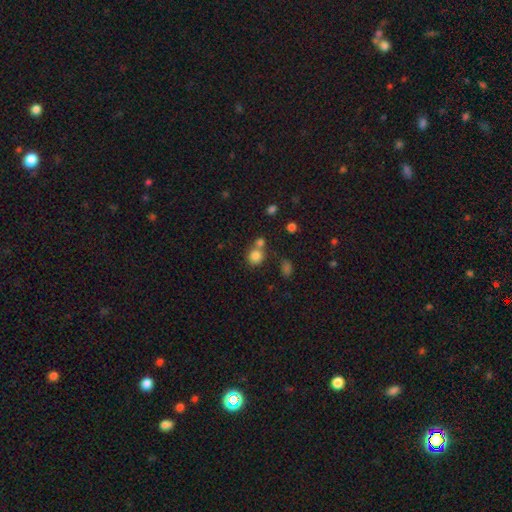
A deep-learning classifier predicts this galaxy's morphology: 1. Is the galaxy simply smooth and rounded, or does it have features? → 81% smooth, 12% star or artifact, 7% featured or disk.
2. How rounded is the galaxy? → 83% round, 16% in between, 1% cigar-shaped.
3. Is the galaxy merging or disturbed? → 53% none, 33% merger, 9% minor disturbance, 4% major disturbance.